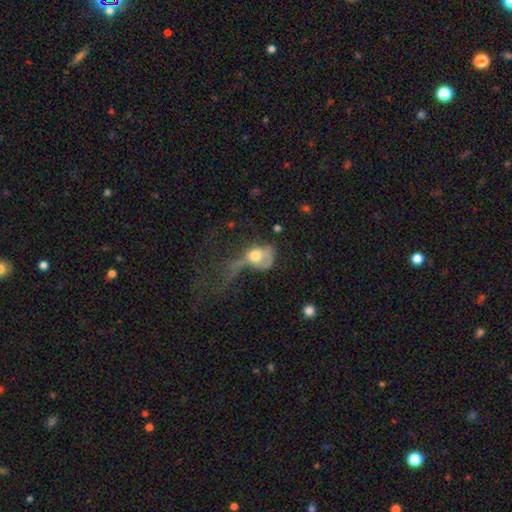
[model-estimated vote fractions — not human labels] Smooth or featured?
  - smooth: 58% *
  - featured or disk: 31%
  - star or artifact: 11%
How rounded?
  - in between: 57% *
  - round: 40%
  - cigar-shaped: 3%
Merging?
  - major disturbance: 63% *
  - none: 13%
  - minor disturbance: 12%
  - merger: 11%